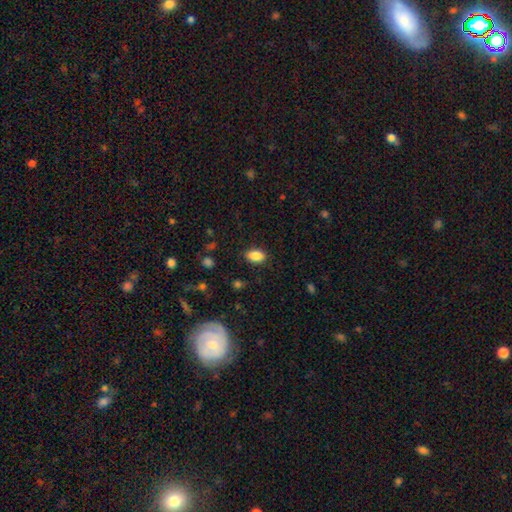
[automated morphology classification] Overall: smooth (87%). How rounded: in between (88%). Merging: none (85%).